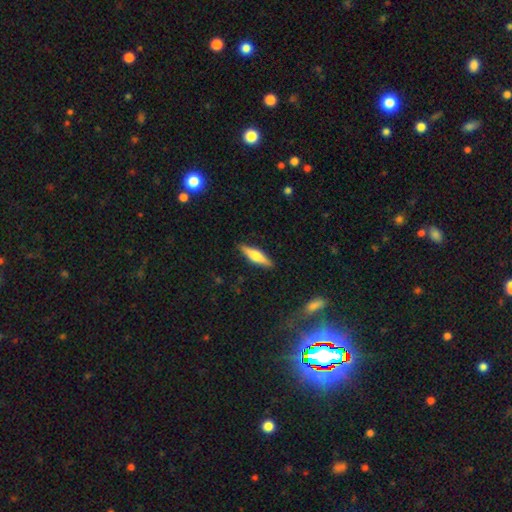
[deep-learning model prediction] Smooth or featured? Predicted: smooth (p=0.52). How rounded? Predicted: cigar-shaped (p=0.68). Merging? Predicted: none (p=0.88).